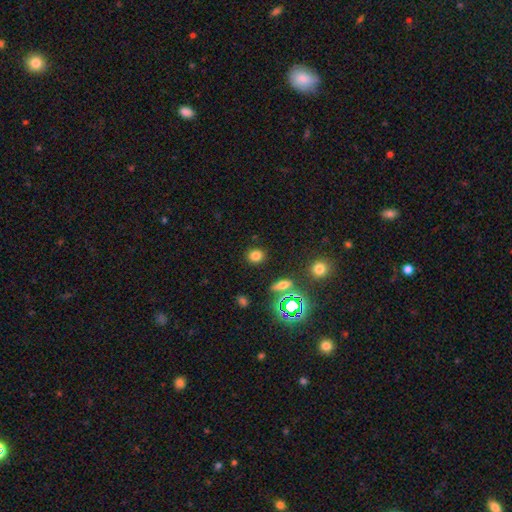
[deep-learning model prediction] Smooth or featured?
  - smooth: 74% *
  - star or artifact: 19%
  - featured or disk: 7%
How rounded?
  - round: 70% *
  - in between: 28%
  - cigar-shaped: 2%
Merging?
  - none: 88% *
  - minor disturbance: 7%
  - major disturbance: 3%
  - merger: 2%